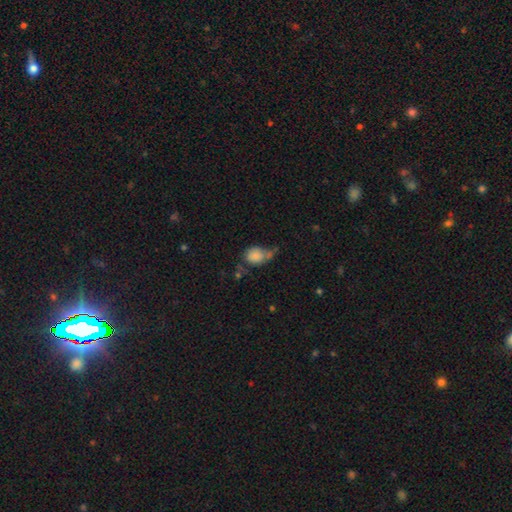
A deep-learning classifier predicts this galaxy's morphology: Smooth or featured: smooth — 81% (star or artifact — 9%)
How rounded: round — 56% (in between — 43%)
Merging: none — 35% (minor disturbance — 27%)